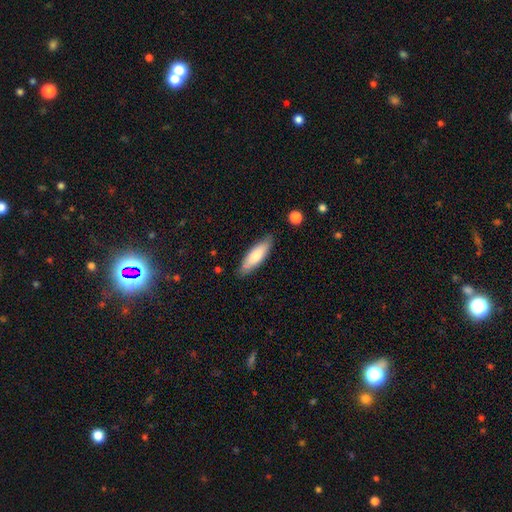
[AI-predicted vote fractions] smooth_or_featured: smooth (p=0.75) [alt: featured or disk p=0.19]
how_rounded: cigar-shaped (p=0.50) [alt: in between p=0.49]
merging: none (p=0.81) [alt: minor disturbance p=0.14]